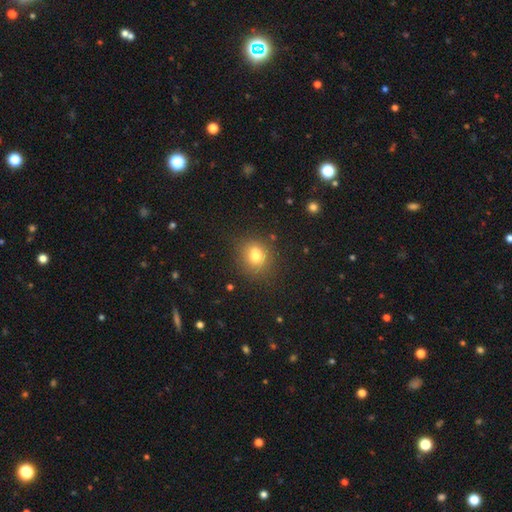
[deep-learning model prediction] This is likely a smooth galaxy (74%). How rounded: likely round (73%). Merging: likely none (67%).